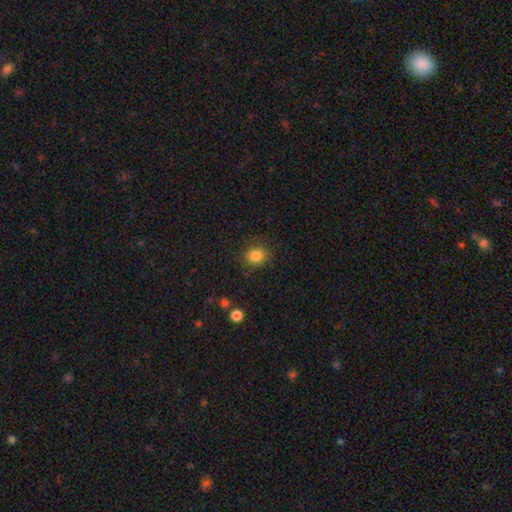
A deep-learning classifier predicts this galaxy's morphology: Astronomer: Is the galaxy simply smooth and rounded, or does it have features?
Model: smooth — 84%.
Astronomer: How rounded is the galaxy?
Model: round — 71%.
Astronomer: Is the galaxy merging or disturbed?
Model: none — 84%.